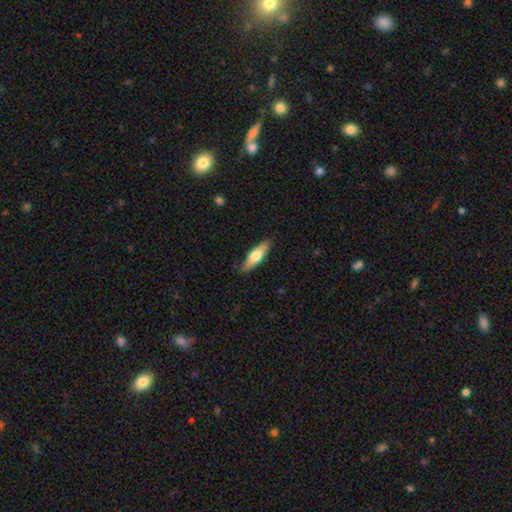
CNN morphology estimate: Smooth or featured?
  - smooth: 59% *
  - featured or disk: 36%
  - star or artifact: 5%
How rounded?
  - cigar-shaped: 50% *
  - in between: 48%
  - round: 2%
Merging?
  - none: 87% *
  - minor disturbance: 10%
  - major disturbance: 2%
  - merger: 1%